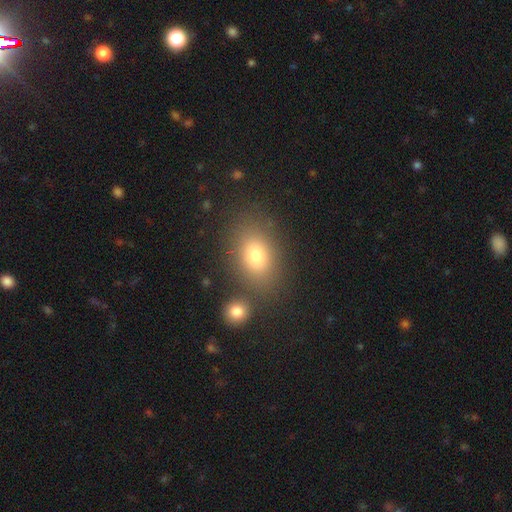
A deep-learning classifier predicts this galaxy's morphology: Smooth or featured? smooth (75%)
How rounded? in between (80%)
Merging? none (75%)